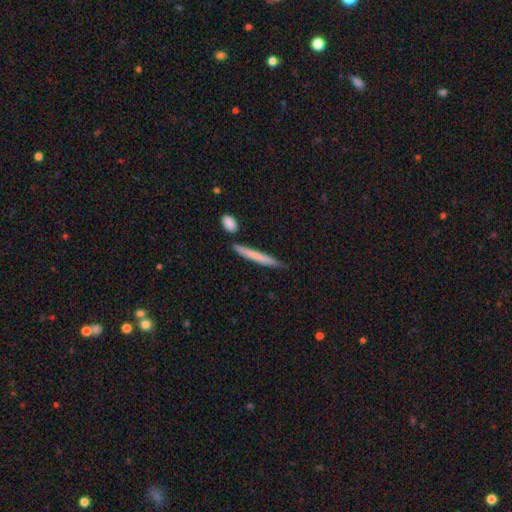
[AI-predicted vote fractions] A smooth galaxy with no disk features (67%) that is cigar-shaped (95%).

Vote fractions:
- Smooth or featured? smooth: 67% / featured or disk: 27% / star or artifact: 6%
- How rounded? cigar-shaped: 95% / in between: 3% / round: 1%
- Merging? none: 78% / minor disturbance: 13% / merger: 7% / major disturbance: 3%